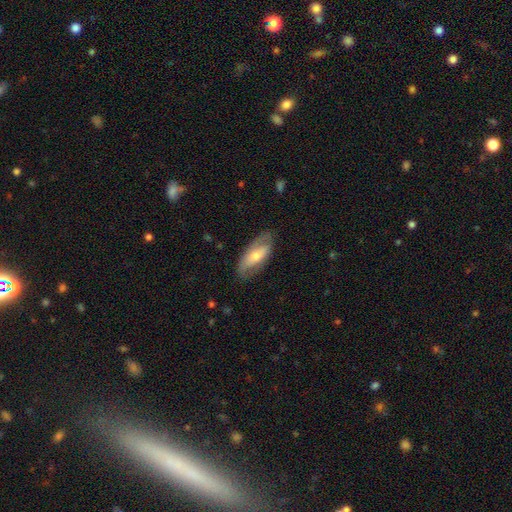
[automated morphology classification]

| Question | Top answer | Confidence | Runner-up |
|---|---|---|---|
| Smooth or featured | featured or disk | 51% | smooth (43%) |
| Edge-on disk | no | 79% | yes (21%) |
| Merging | none | 73% | minor disturbance (19%) |